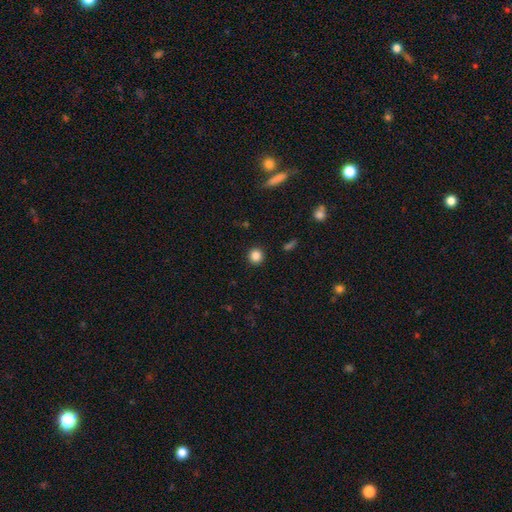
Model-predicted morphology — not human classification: Smooth or featured? smooth (85%)
How rounded? round (93%)
Merging? none (92%)